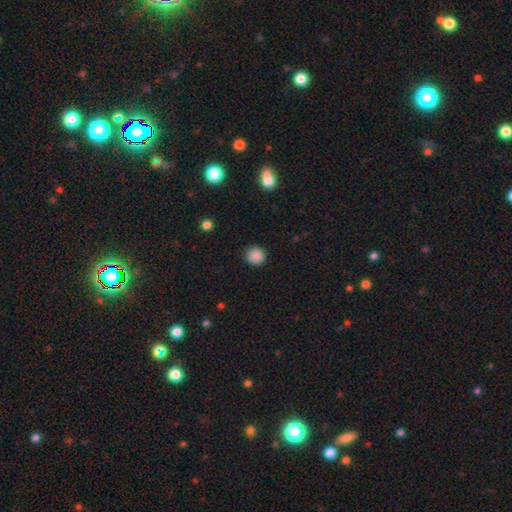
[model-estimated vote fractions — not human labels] smooth-or-featured: smooth: 88% | star or artifact: 10% | featured or disk: 3%
  how-rounded: round: 93% | in between: 6% | cigar-shaped: 1%
  merging: none: 91% | minor disturbance: 6% | major disturbance: 2% | merger: 1%